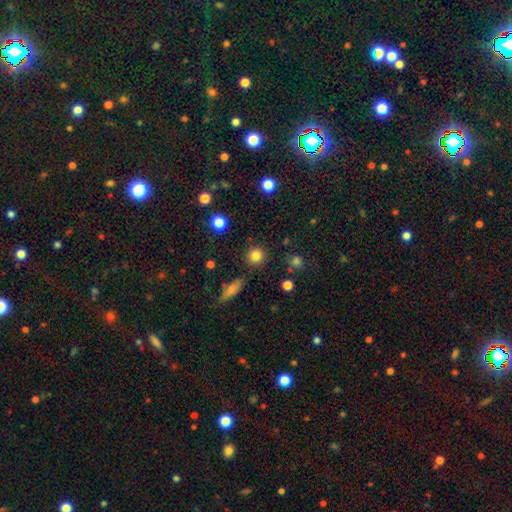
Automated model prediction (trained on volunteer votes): smooth 82%, star or artifact 12%, featured or disk 6%. Down the decision tree: how rounded — round (92%); merging — none (87%).